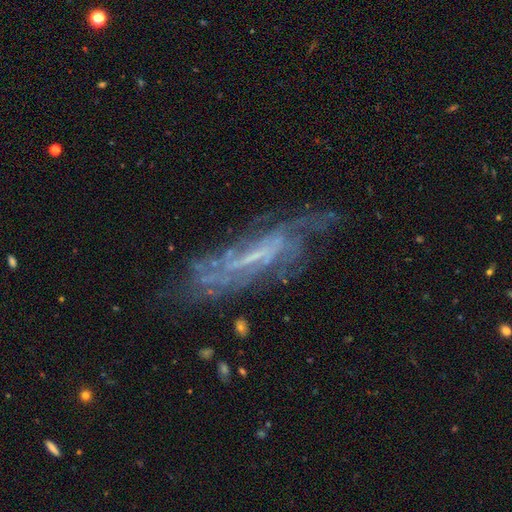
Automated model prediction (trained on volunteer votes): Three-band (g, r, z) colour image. It shows a featured or disk galaxy (77%) with a weak bar (41%), spiral arms (82%) and a small central bulge (43%). Merging: none (64%).